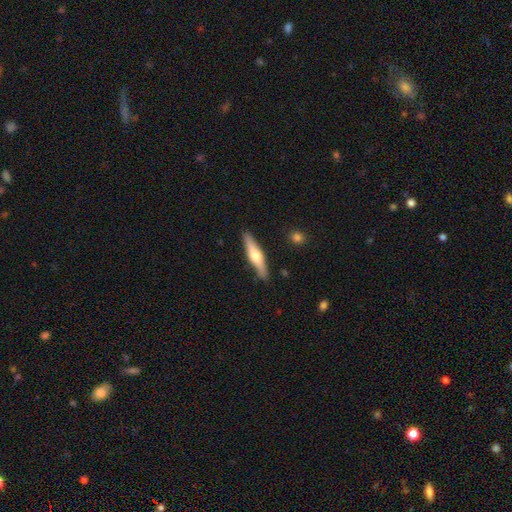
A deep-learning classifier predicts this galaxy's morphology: smooth-or-featured: featured or disk: 55% | smooth: 40% | star or artifact: 5%
  disk-edge-on: yes: 94% | no: 6%
    edge-on-bulge: rounded: 92% | boxy: 4% | none: 4%
  merging: none: 88% | minor disturbance: 9% | major disturbance: 2% | merger: 1%